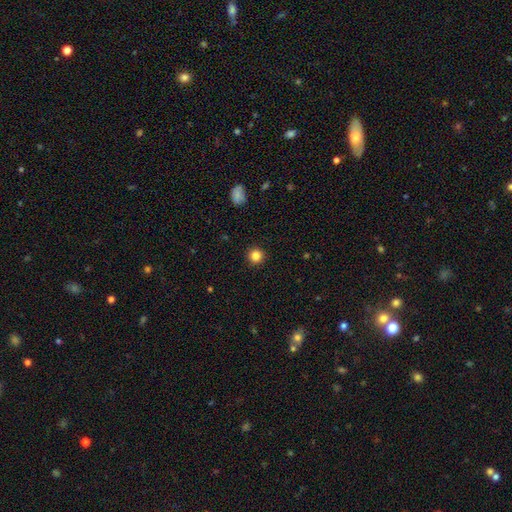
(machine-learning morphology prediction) A smooth galaxy with no disk features (84%) that is round (95%).

Vote fractions:
- Smooth or featured? smooth: 84% / star or artifact: 11% / featured or disk: 4%
- How rounded? round: 95% / in between: 4% / cigar-shaped: 1%
- Merging? none: 92% / minor disturbance: 5% / major disturbance: 2% / merger: 1%